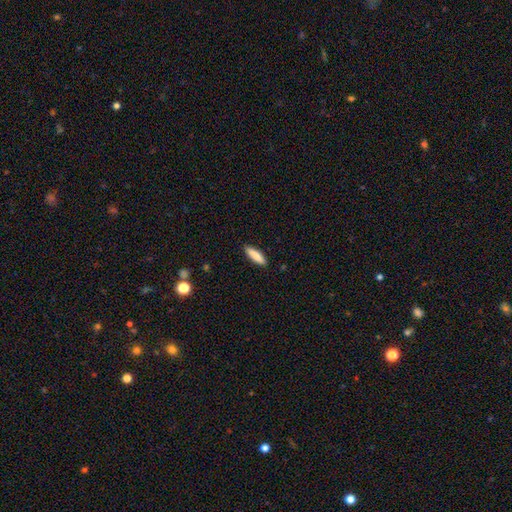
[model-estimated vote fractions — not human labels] The model was most divided on "how rounded": cigar-shaped: 64%, in between: 34%, round: 2%. More confident: merging — none (89%); smooth or featured — smooth (80%).